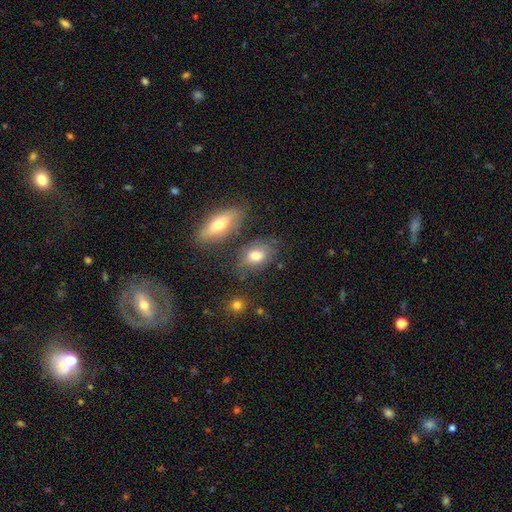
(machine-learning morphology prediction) This is likely a smooth galaxy (75%). How rounded: clearly in between (82%). Merging: likely none (61%).